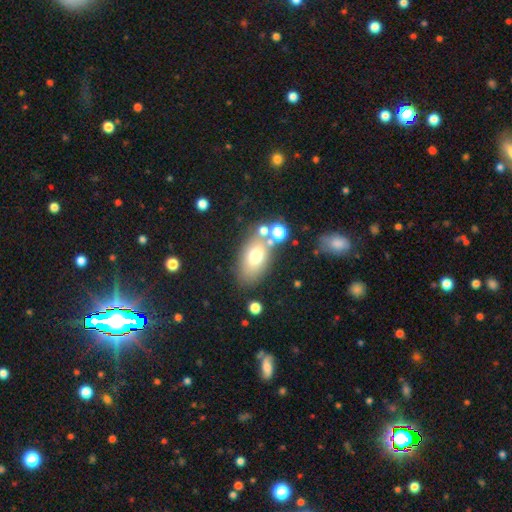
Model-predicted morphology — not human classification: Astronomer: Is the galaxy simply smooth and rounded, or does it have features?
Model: smooth — 67%.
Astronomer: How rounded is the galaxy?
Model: in between — 83%.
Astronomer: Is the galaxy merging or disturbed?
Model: none — 69%.